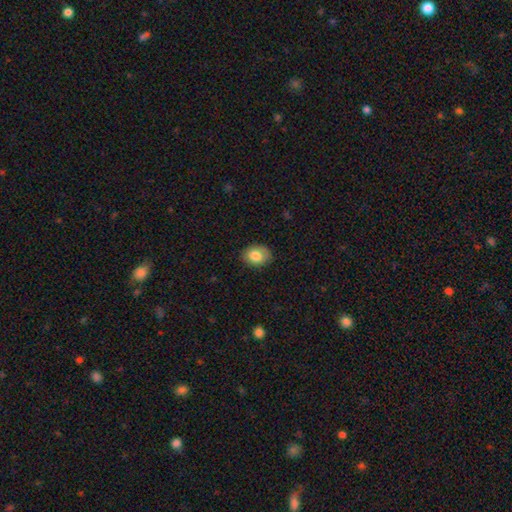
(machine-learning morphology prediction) Smooth or featured: smooth — 81% (featured or disk — 11%)
How rounded: in between — 61% (round — 38%)
Merging: none — 82% (minor disturbance — 15%)